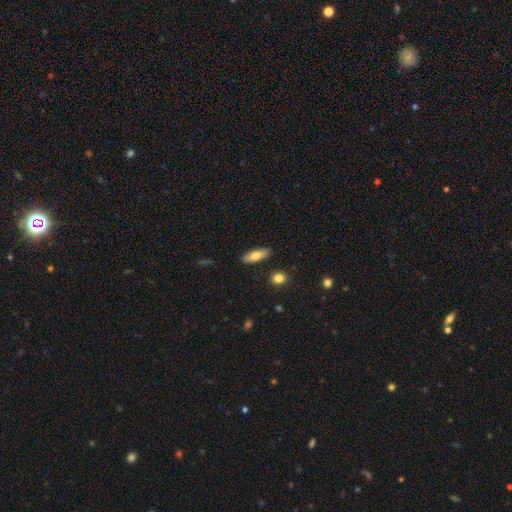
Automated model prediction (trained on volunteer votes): Q: Smooth or featured?
A: smooth (75%); runner-up: featured or disk (19%)
Q: How rounded?
A: in between (62%); runner-up: cigar-shaped (36%)
Q: Merging?
A: none (88%); runner-up: minor disturbance (8%)